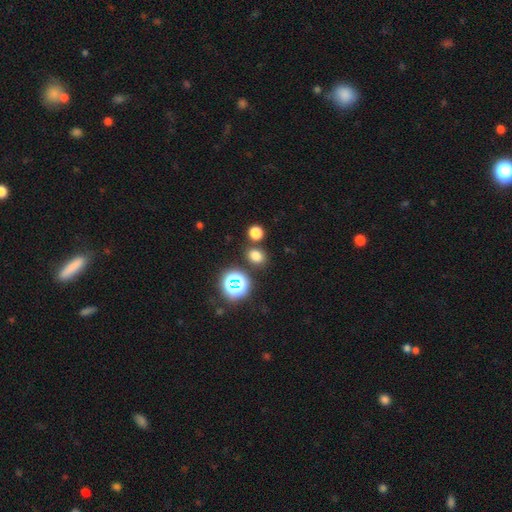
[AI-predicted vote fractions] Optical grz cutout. It shows a smooth galaxy with no disk features (72%) that is round (52%). Merging: none (78%).